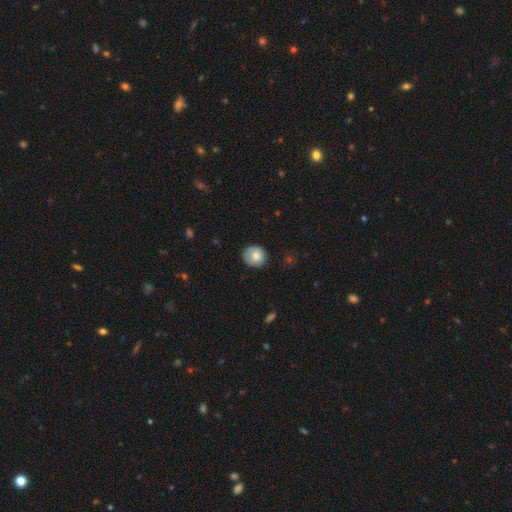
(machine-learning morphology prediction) This is likely a smooth galaxy (78%). How rounded: clearly round (86%). Merging: clearly none (81%).